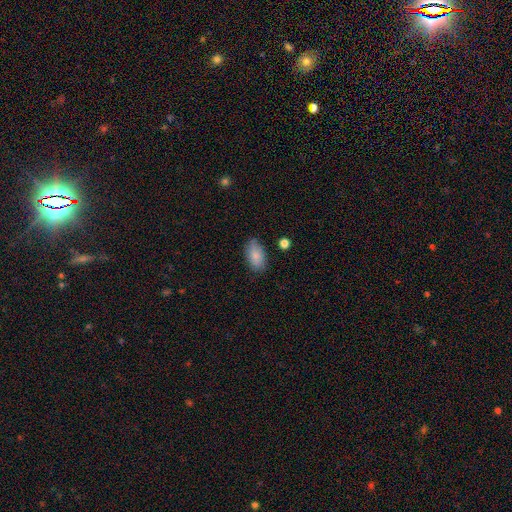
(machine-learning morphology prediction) A smooth galaxy with no disk features (85%) that is in between round and cigar-shaped (92%). Merging: none (77%).